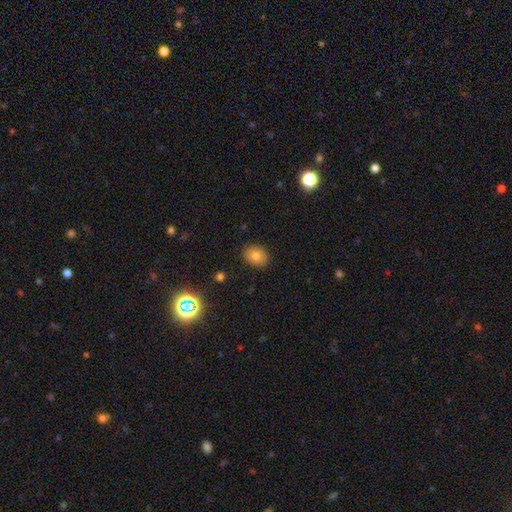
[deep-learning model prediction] Smooth or featured: smooth — 76% (featured or disk — 12%)
How rounded: in between — 56% (round — 43%)
Merging: none — 87% (minor disturbance — 9%)